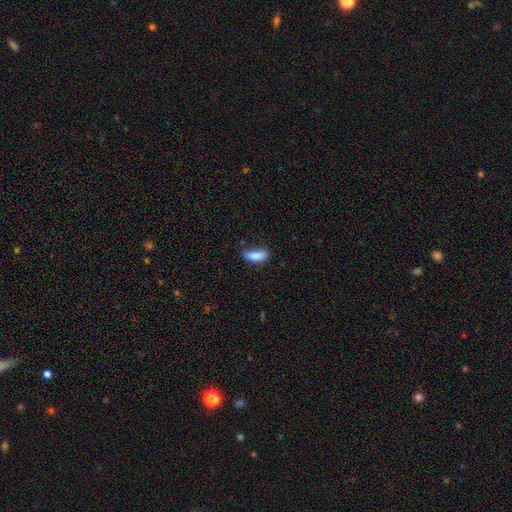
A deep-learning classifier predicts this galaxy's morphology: This is clearly a smooth galaxy (85%). How rounded: likely in between (65%). Merging: possibly none (54%).